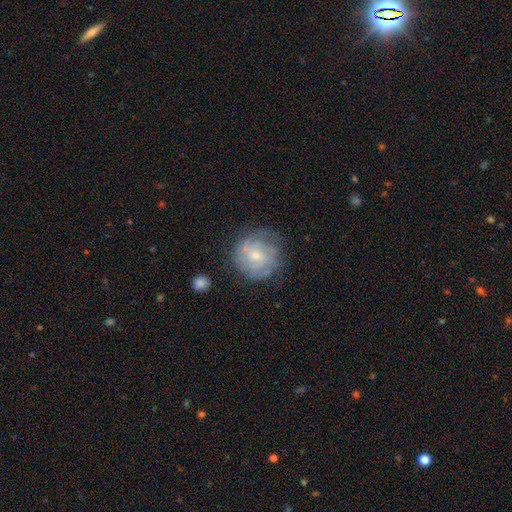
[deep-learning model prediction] Smooth or featured? Predicted: featured or disk (p=0.60). Edge-on disk? Predicted: no (p=0.98). Bar? Predicted: no (p=0.77). Spiral arms? Predicted: yes (p=0.73). Bulge size? Predicted: small (p=0.60). Merging? Predicted: none (p=0.70).